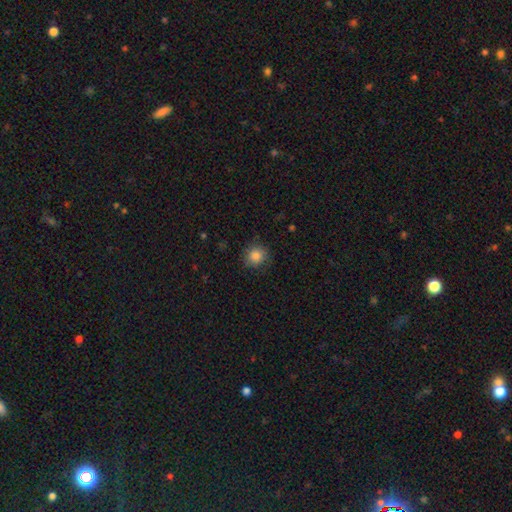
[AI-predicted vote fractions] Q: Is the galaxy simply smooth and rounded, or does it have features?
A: smooth — 85%.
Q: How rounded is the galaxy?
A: round — 91%.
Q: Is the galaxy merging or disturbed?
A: none — 85%.